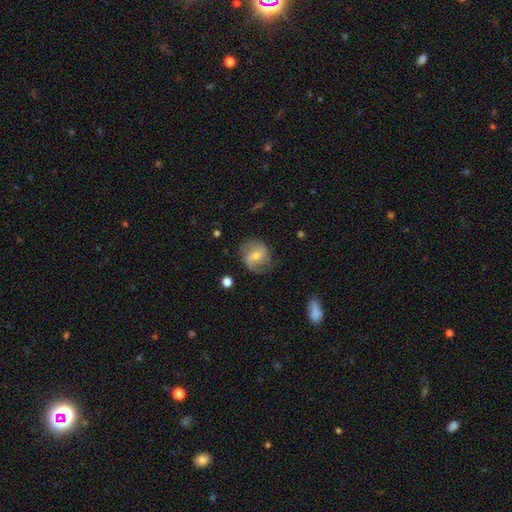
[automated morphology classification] This appears to be a featured or disk galaxy (60%) with a weak bar (46%), spiral arms (82%) and a moderate central bulge (53%). Merging: none (70%).